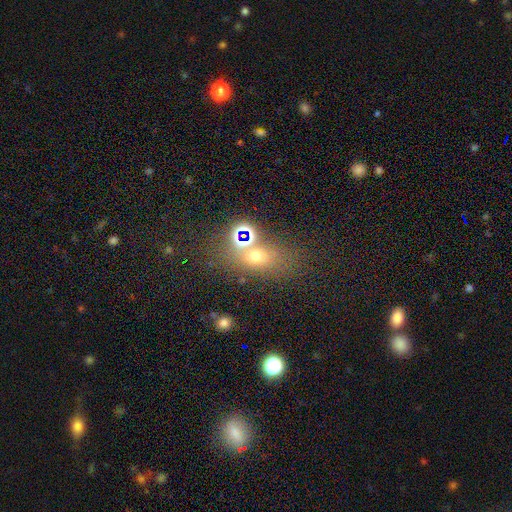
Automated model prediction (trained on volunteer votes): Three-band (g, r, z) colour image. It shows a smooth galaxy with no disk features (55%) that is in between round and cigar-shaped (60%). Merging: none (57%).